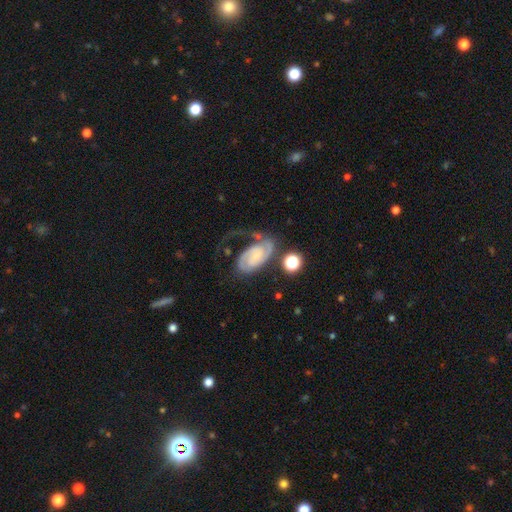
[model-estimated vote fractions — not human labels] smooth-or-featured: featured or disk: 83% | smooth: 11% | star or artifact: 6%
  disk-edge-on: no: 97% | yes: 3%
    bar: no: 57% | weak: 33% | strong: 10%
    has-spiral-arms: yes: 97% | no: 3%
      spiral-winding: tight: 47% | medium: 40% | loose: 13%
      spiral-arm-count: 2: 79% | 1: 8% | can't tell: 7% | 3: 3% | 4: 1% | more than 4: 1%
    bulge-size: small: 58% | none: 22% | moderate: 15% | large: 3% | dominant: 2%
  merging: none: 44% | major disturbance: 27% | minor disturbance: 21% | merger: 8%